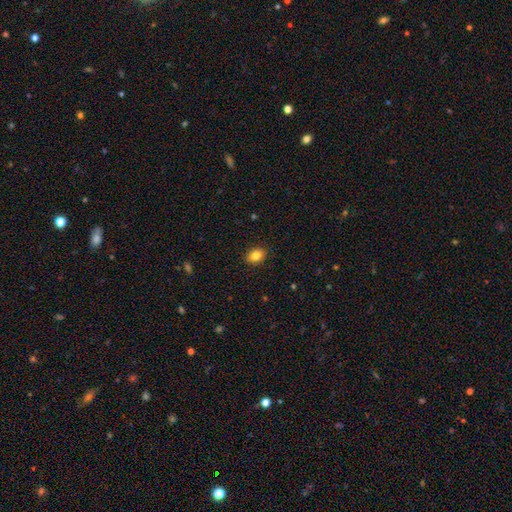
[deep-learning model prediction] Q: Smooth or featured?
A: smooth (84%); runner-up: star or artifact (9%)
Q: How rounded?
A: in between (72%); runner-up: round (27%)
Q: Merging?
A: none (90%); runner-up: minor disturbance (8%)